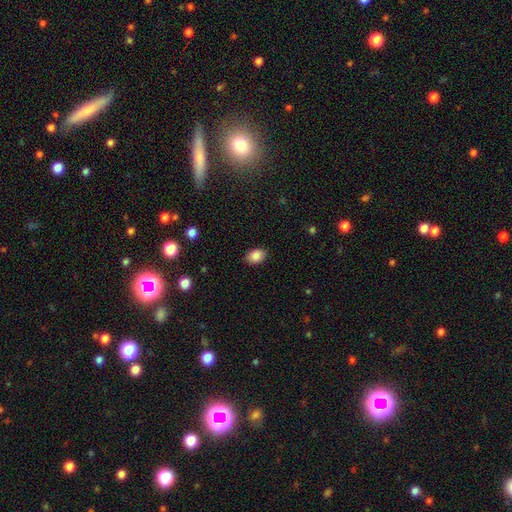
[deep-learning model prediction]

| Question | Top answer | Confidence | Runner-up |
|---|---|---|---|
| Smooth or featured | smooth | 87% | star or artifact (8%) |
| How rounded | in between | 77% | round (22%) |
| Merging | none | 85% | minor disturbance (12%) |